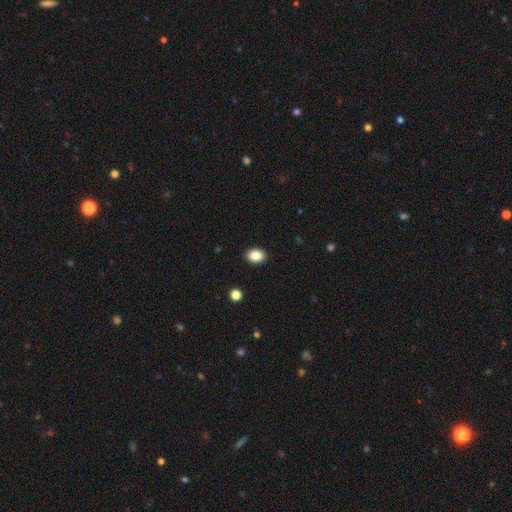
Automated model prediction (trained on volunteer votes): Smooth or featured? Predicted: smooth (p=0.87). How rounded? Predicted: in between (p=0.68). Merging? Predicted: none (p=0.90).